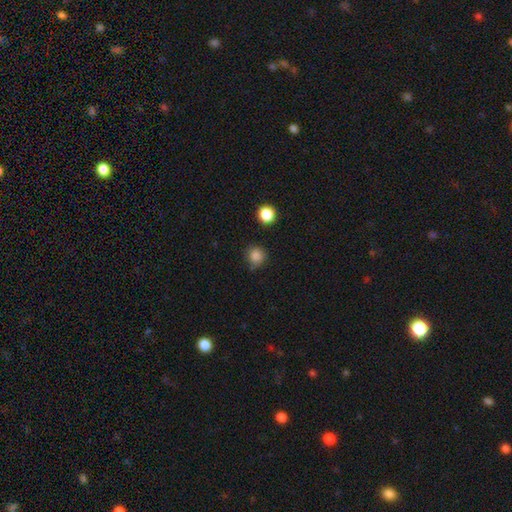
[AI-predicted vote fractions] This appears to be a smooth galaxy with no disk features (84%) that is round (91%). Merging: none (76%).